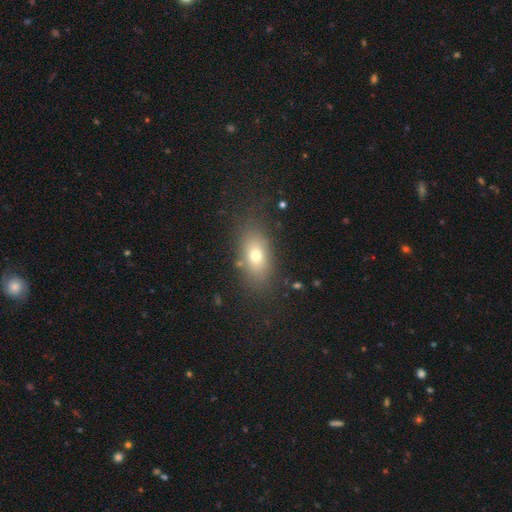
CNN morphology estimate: A smooth galaxy with no disk features (71%) that is in between round and cigar-shaped (80%). Merging: none (78%).